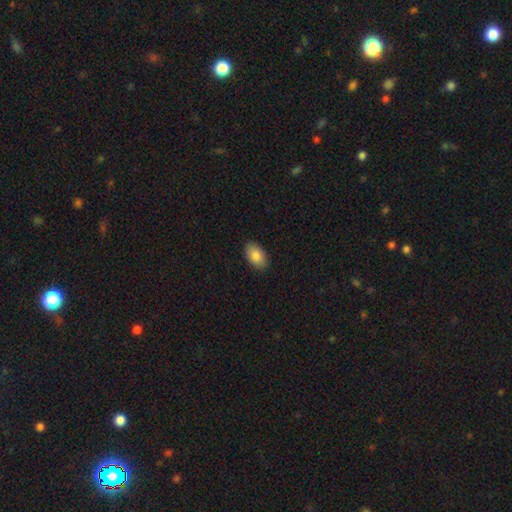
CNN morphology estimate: This appears to be a smooth galaxy with no disk features (85%) that is in between round and cigar-shaped (92%). Merging: none (89%).